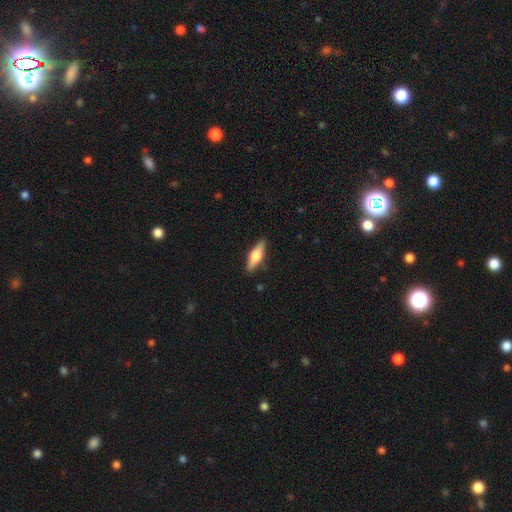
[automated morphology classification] smooth-or-featured: smooth: 54% | featured or disk: 40% | star or artifact: 6%
  how-rounded: in between: 51% | cigar-shaped: 46% | round: 3%
  merging: none: 87% | minor disturbance: 10% | major disturbance: 2% | merger: 1%